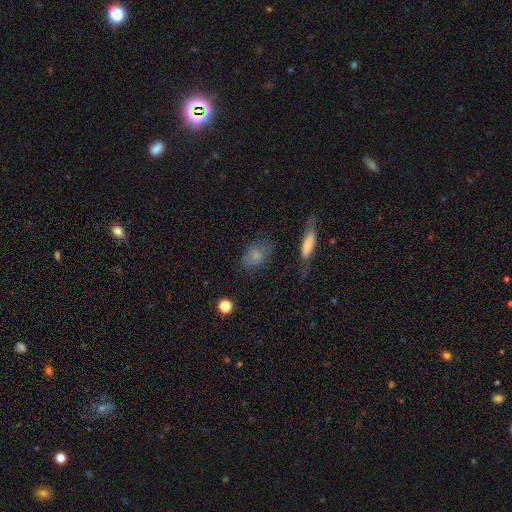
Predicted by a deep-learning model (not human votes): Q: Smooth or featured?
A: smooth (75%); runner-up: featured or disk (15%)
Q: How rounded?
A: in between (83%); runner-up: round (12%)
Q: Merging?
A: none (70%); runner-up: minor disturbance (19%)